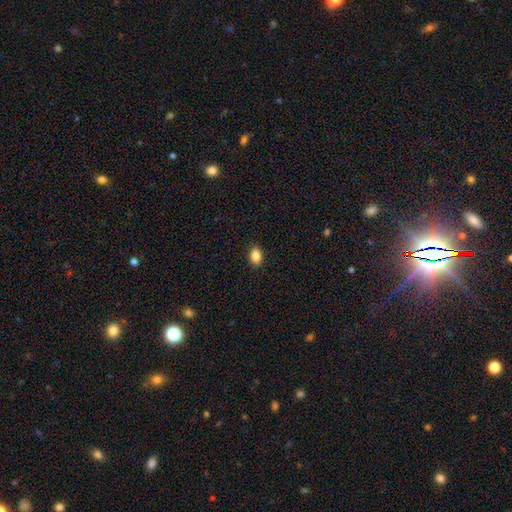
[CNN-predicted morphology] Smooth or featured: smooth — 85% (star or artifact — 9%)
How rounded: in between — 80% (round — 18%)
Merging: none — 89% (minor disturbance — 8%)